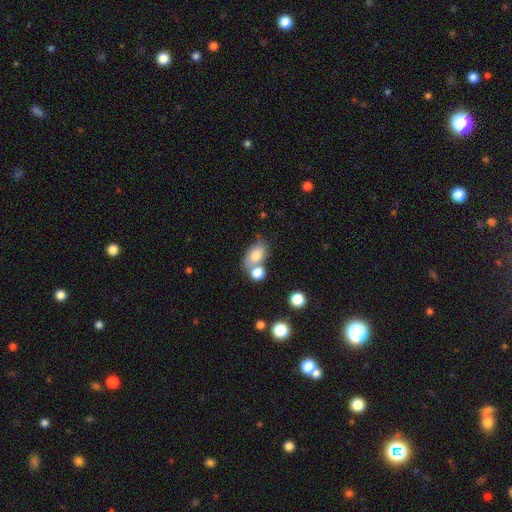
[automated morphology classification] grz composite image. It shows a smooth galaxy with no disk features (79%) that is in between round and cigar-shaped (81%). Merging: none (43%).